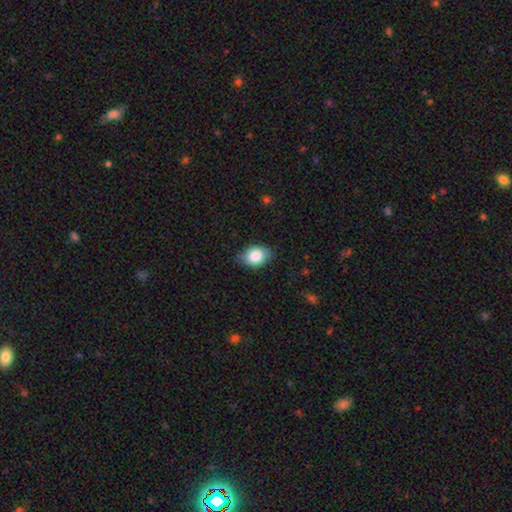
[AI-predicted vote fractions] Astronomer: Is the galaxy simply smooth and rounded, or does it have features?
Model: smooth — 84%.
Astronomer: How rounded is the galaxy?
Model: in between — 76%.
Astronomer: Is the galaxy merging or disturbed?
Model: none — 79%.